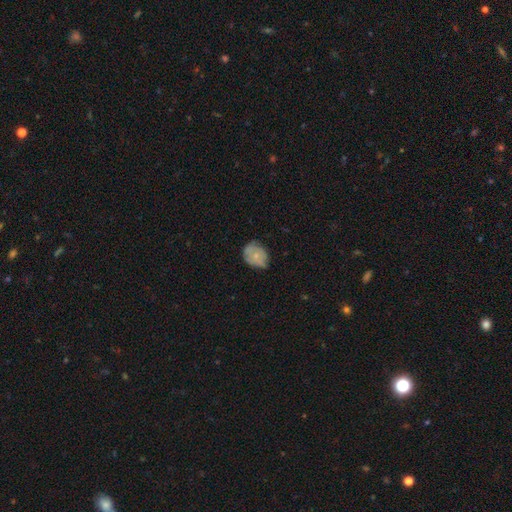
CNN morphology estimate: smooth-or-featured: smooth: 64% | featured or disk: 29% | star or artifact: 8%
  how-rounded: round: 55% | in between: 44% | cigar-shaped: 1%
  merging: none: 53% | minor disturbance: 37% | major disturbance: 8% | merger: 2%